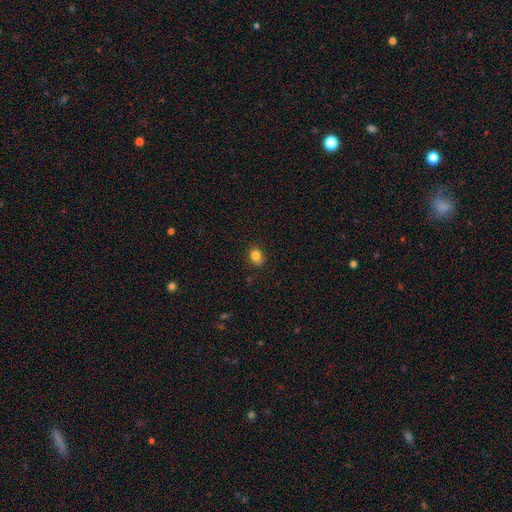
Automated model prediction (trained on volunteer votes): Smooth or featured? smooth (82%)
How rounded? round (56%)
Merging? none (74%)